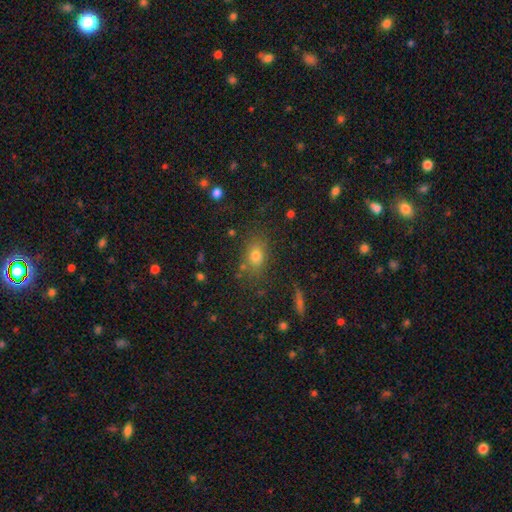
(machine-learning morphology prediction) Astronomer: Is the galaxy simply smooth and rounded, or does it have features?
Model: smooth — 73%.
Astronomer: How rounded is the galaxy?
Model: in between — 58% (runner-up: round, 39%).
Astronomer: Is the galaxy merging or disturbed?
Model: none — 78%.